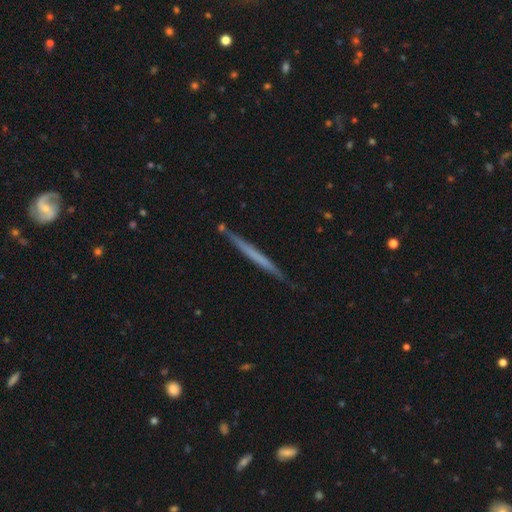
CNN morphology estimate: smooth_or_featured: featured or disk (p=0.51) [alt: smooth p=0.43]
disk_edge_on: yes (p=0.97) [alt: no p=0.03]
merging: none (p=0.86) [alt: minor disturbance p=0.10]